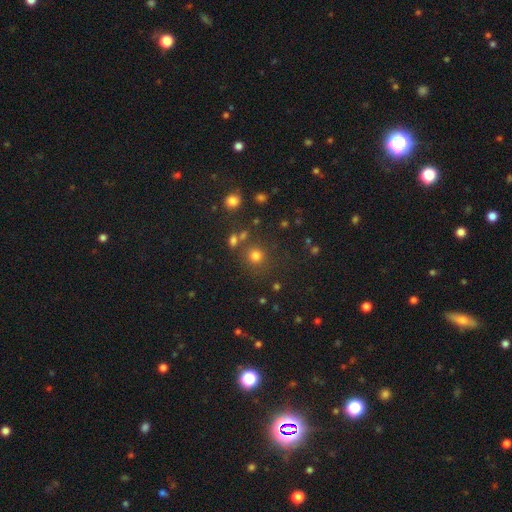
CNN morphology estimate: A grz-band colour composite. It shows a smooth galaxy with no disk features (75%) that is round (91%). Merging: none (78%).